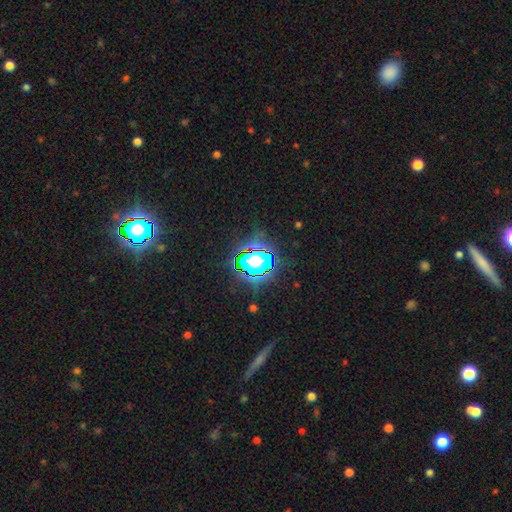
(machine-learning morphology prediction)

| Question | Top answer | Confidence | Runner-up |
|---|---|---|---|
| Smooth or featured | star or artifact | 75% | smooth (14%) |